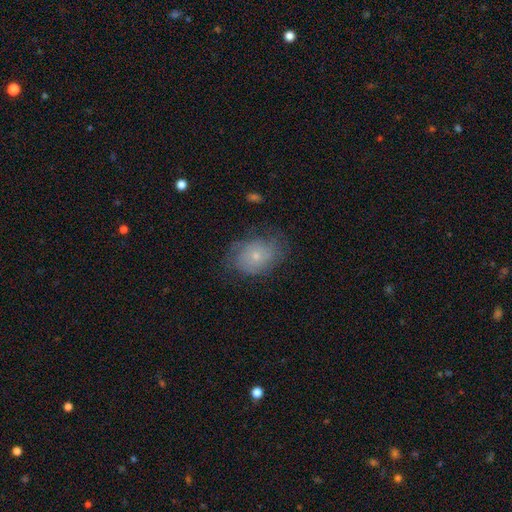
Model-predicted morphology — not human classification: Q: Smooth or featured?
A: smooth (47%); runner-up: featured or disk (43%)
Q: Merging?
A: none (61%); runner-up: minor disturbance (24%)